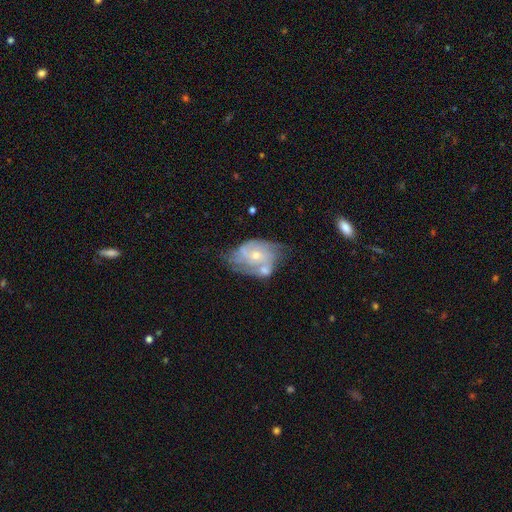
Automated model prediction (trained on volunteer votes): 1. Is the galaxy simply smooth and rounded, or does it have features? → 75% featured or disk, 18% smooth, 7% star or artifact.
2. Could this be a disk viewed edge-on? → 97% no, 3% yes.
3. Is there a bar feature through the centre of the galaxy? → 68% no, 27% weak, 5% strong.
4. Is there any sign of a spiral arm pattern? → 84% yes, 16% no.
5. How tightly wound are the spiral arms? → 41% medium, 40% tight, 19% loose.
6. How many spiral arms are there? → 43% 2, 30% can't tell, 16% 3, 4% 4, 4% 1, 3% more than 4.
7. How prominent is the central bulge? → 57% small, 40% moderate, 2% none, 1% large, 1% dominant.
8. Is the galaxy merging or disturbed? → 35% none, 29% merger, 23% minor disturbance, 13% major disturbance.